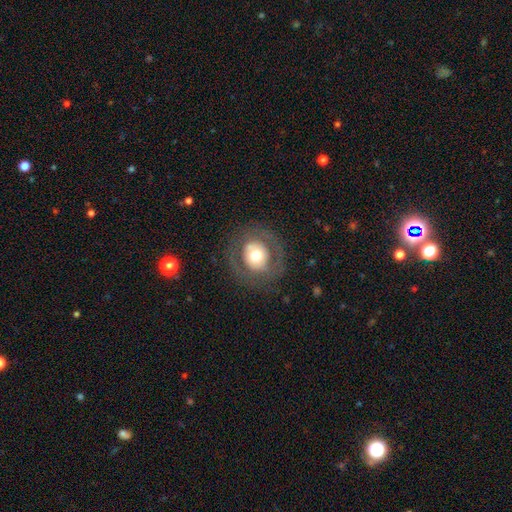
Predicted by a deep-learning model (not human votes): Smooth or featured: smooth — 49% (featured or disk — 42%)
Merging: none — 79% (minor disturbance — 11%)